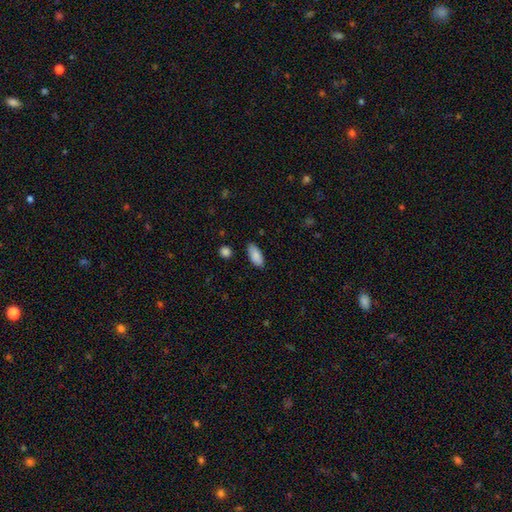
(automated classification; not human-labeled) Smooth or featured?
  - smooth: 88% *
  - star or artifact: 6%
  - featured or disk: 6%
How rounded?
  - in between: 88% *
  - cigar-shaped: 10%
  - round: 2%
Merging?
  - none: 83% *
  - minor disturbance: 13%
  - major disturbance: 3%
  - merger: 2%